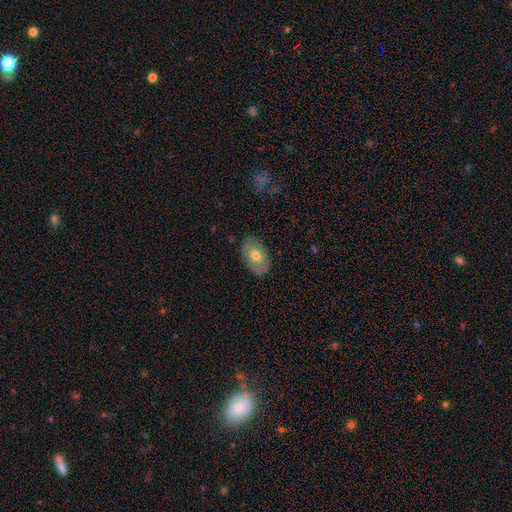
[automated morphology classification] smooth-or-featured: smooth: 62% | featured or disk: 31% | star or artifact: 7%
  how-rounded: in between: 91% | round: 8% | cigar-shaped: 1%
  merging: none: 83% | minor disturbance: 13% | major disturbance: 3% | merger: 1%